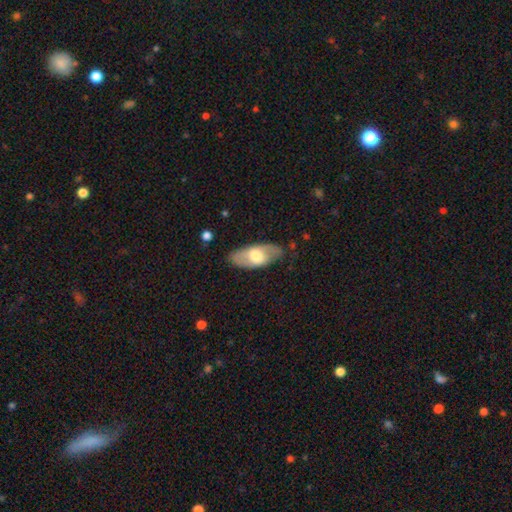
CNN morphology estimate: A smooth galaxy with no disk features (55%) that is in between round and cigar-shaped (88%).

Vote fractions:
- Smooth or featured? smooth: 55% / featured or disk: 40% / star or artifact: 6%
- How rounded? in between: 88% / cigar-shaped: 10% / round: 3%
- Merging? none: 79% / minor disturbance: 15% / major disturbance: 4% / merger: 1%